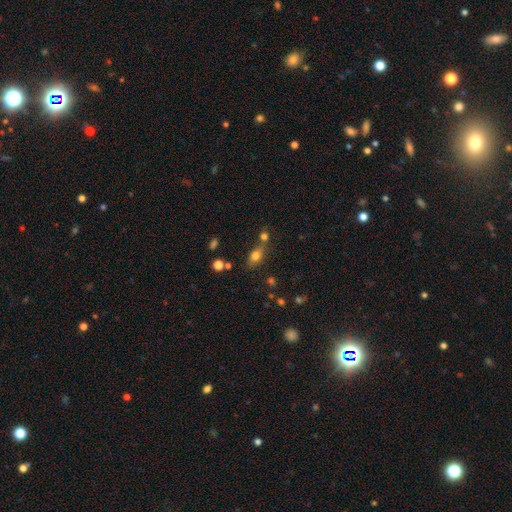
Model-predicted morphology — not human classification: A smooth galaxy with no disk features (75%) that is in between round and cigar-shaped (74%).

Vote fractions:
- Smooth or featured? smooth: 75% / star or artifact: 13% / featured or disk: 12%
- How rounded? in between: 74% / round: 19% / cigar-shaped: 7%
- Merging? none: 53% / merger: 28% / minor disturbance: 14% / major disturbance: 6%